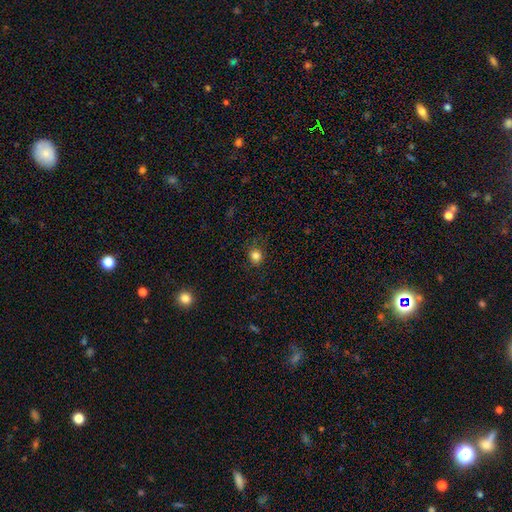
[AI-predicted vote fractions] Overall: smooth (82%). How rounded: round (83%). Merging: none (85%).